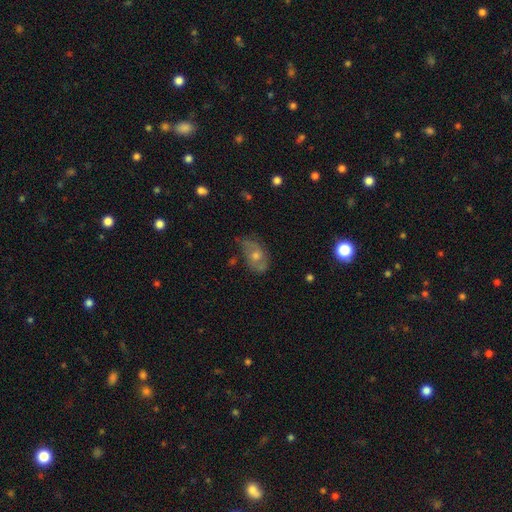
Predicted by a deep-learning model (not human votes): Smooth or featured? Predicted: featured or disk (p=0.54). Edge-on disk? Predicted: no (p=0.92). Merging? Predicted: none (p=0.57).